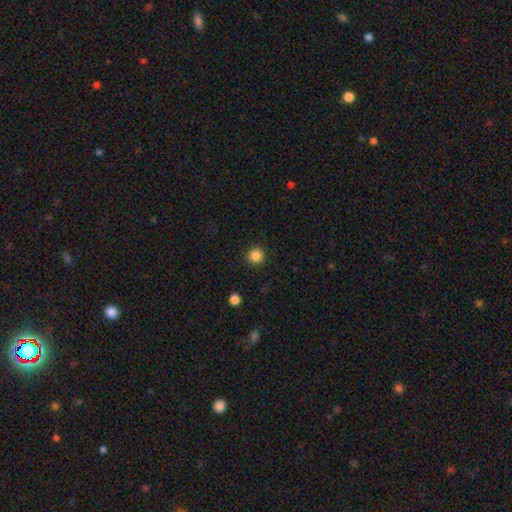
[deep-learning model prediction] Smooth or featured: smooth — 85% (star or artifact — 11%)
How rounded: round — 95% (in between — 4%)
Merging: none — 92% (minor disturbance — 5%)